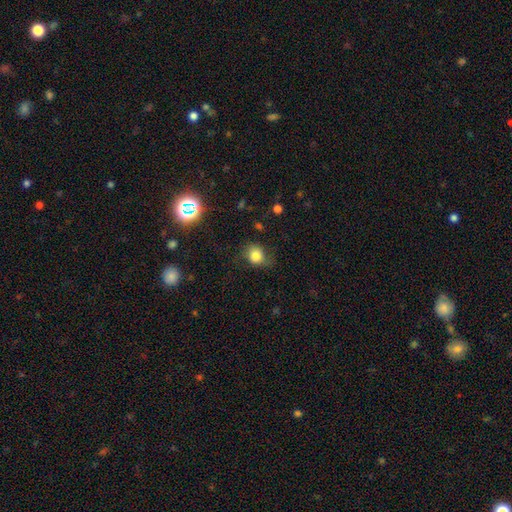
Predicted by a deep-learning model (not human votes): Morphology: type=smooth (78%); roundness=round (69%); merging=none (62%).